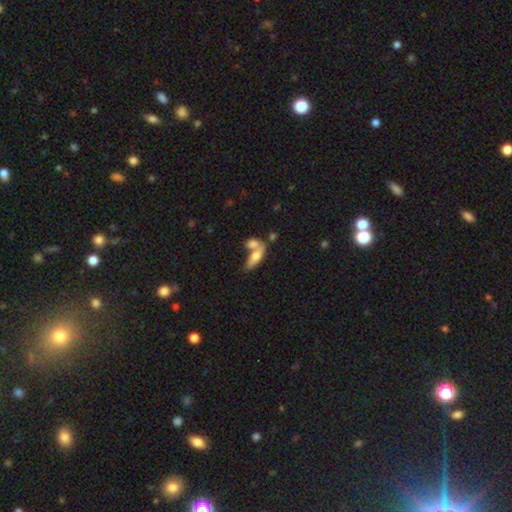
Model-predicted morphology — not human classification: The model was most divided on "merging": merger: 57%, none: 27%, minor disturbance: 10%, major disturbance: 6%. More confident: how rounded — in between (69%); smooth or featured — smooth (65%).